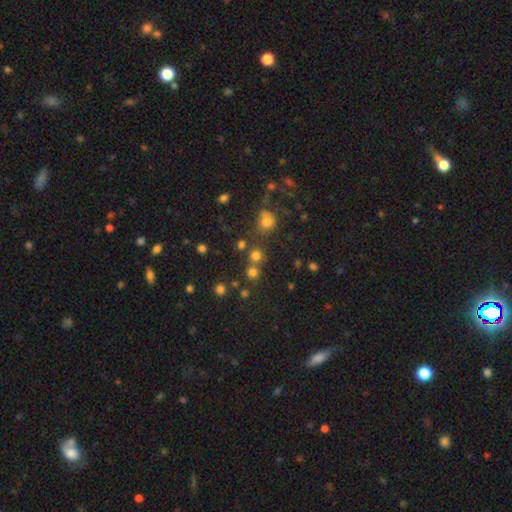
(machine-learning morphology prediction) type=smooth (71%); roundness=round (90%); merging=none (68%).